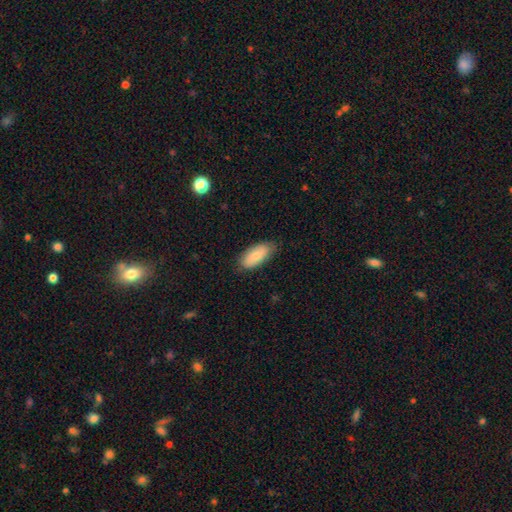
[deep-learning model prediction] Q: Smooth or featured?
A: smooth (81%); runner-up: featured or disk (13%)
Q: How rounded?
A: in between (90%); runner-up: cigar-shaped (8%)
Q: Merging?
A: none (80%); runner-up: minor disturbance (16%)